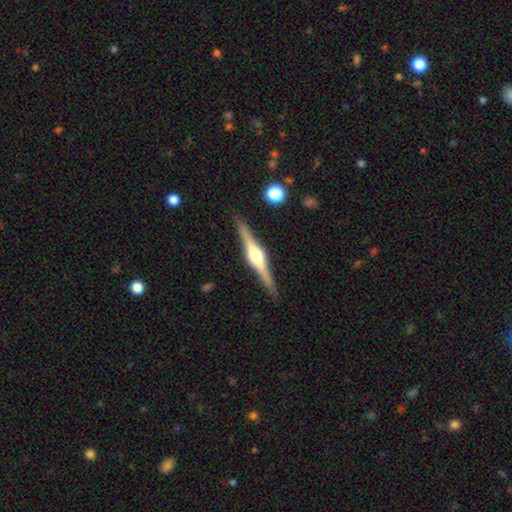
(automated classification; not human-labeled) smooth_or_featured: featured or disk (p=0.84) [alt: smooth p=0.11]
disk_edge_on: yes (p=0.98) [alt: no p=0.02]
edge_on_bulge: rounded (p=0.91) [alt: boxy p=0.07]
merging: none (p=0.91) [alt: minor disturbance p=0.07]